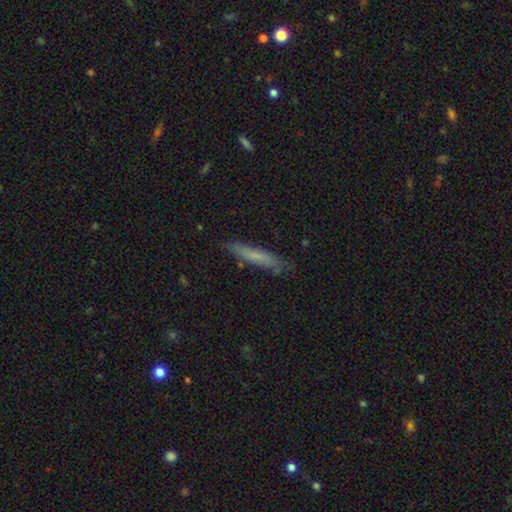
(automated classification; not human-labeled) A smooth galaxy with no disk features (65%) that is cigar-shaped (91%).

Vote fractions:
- Smooth or featured? smooth: 65% / featured or disk: 28% / star or artifact: 7%
- How rounded? cigar-shaped: 91% / in between: 7% / round: 1%
- Merging? none: 79% / minor disturbance: 16% / major disturbance: 3% / merger: 2%